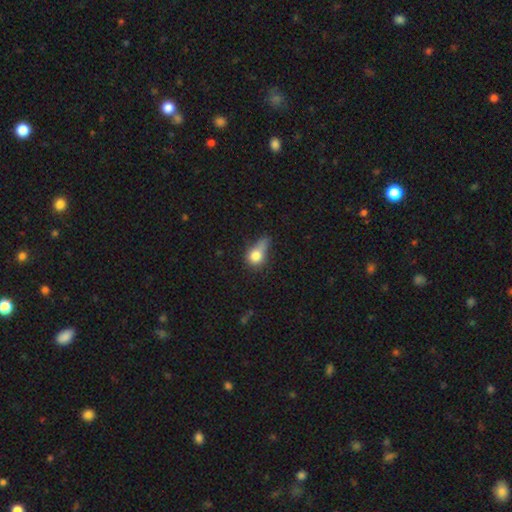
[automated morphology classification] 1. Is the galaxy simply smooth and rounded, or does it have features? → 76% smooth, 13% featured or disk, 11% star or artifact.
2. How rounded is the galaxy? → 53% round, 43% in between, 4% cigar-shaped.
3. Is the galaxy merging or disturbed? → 32% minor disturbance, 28% major disturbance, 27% none, 14% merger.